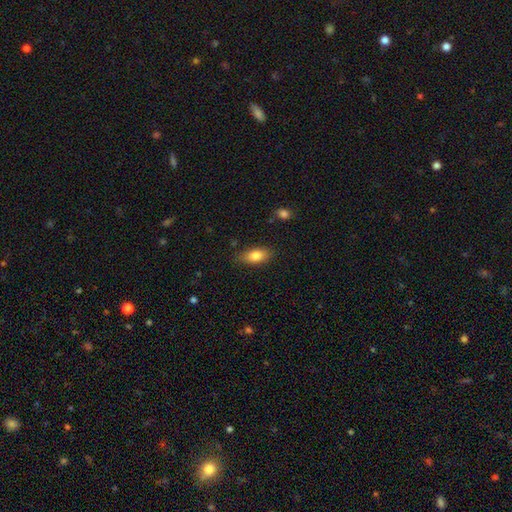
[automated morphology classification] smooth 82%, featured or disk 11%, star or artifact 7%. Down the decision tree: how rounded — in between (86%); merging — none (81%).